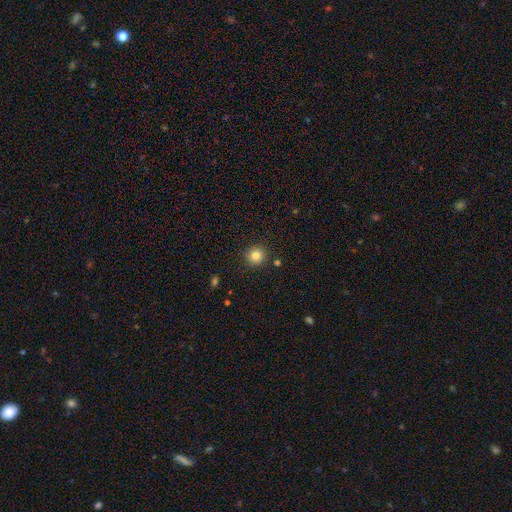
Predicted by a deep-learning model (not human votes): Q: Smooth or featured?
A: smooth (82%); runner-up: star or artifact (12%)
Q: How rounded?
A: round (93%); runner-up: in between (6%)
Q: Merging?
A: none (89%); runner-up: minor disturbance (7%)